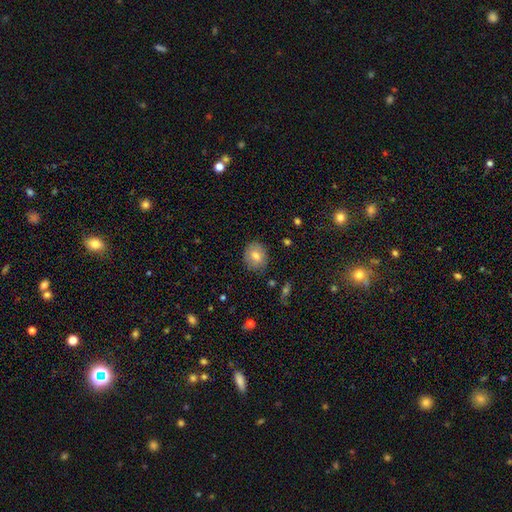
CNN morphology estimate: This appears to be a smooth galaxy with no disk features (74%) that is round (57%). Merging: none (85%).